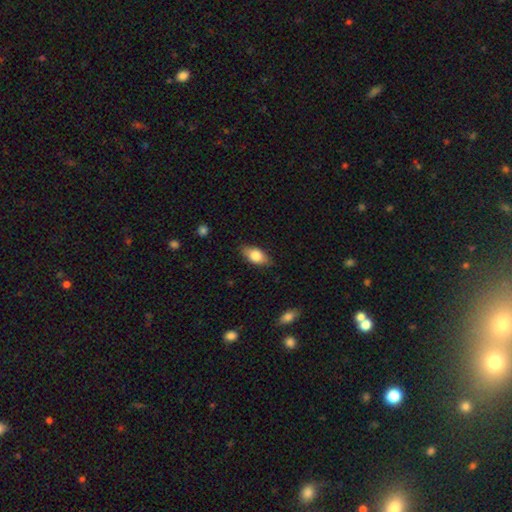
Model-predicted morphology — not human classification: smooth_or_featured: smooth (p=0.77) [alt: featured or disk p=0.17]
how_rounded: in between (p=0.88) [alt: cigar-shaped p=0.07]
merging: none (p=0.84) [alt: minor disturbance p=0.13]